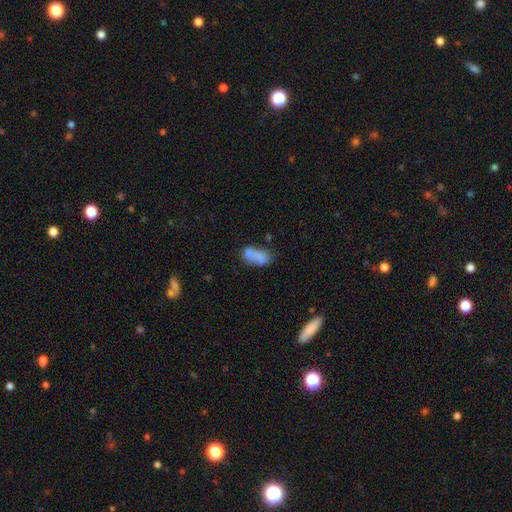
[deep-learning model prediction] Smooth or featured? Predicted: smooth (p=0.70). How rounded? Predicted: in between (p=0.88). Merging? Predicted: none (p=0.41).